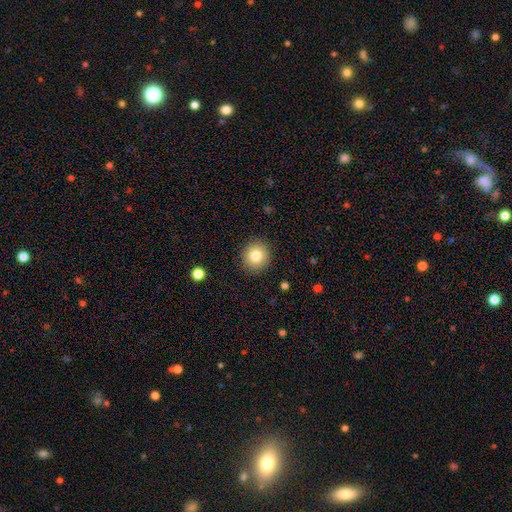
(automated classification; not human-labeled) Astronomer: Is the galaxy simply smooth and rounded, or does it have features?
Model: smooth — 80%.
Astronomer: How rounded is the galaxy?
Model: round — 90%.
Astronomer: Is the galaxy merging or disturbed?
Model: none — 90%.